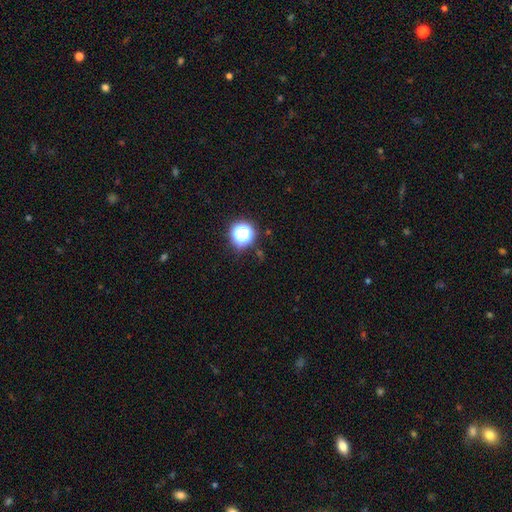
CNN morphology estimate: Q: Smooth or featured?
A: star or artifact (72%); runner-up: smooth (21%)